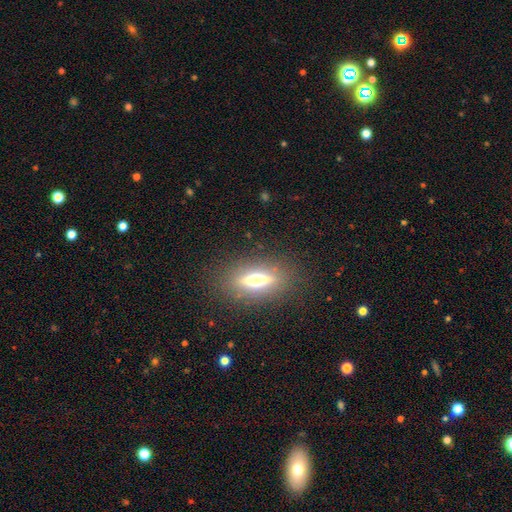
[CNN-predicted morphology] A smooth galaxy with no disk features (67%) that is in between round and cigar-shaped (84%). Merging: none (88%).